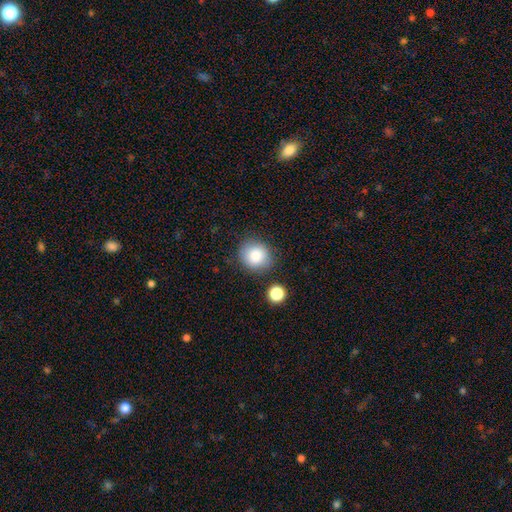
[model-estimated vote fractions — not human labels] The model was most divided on "how rounded": round: 82%, in between: 17%, cigar-shaped: 1%. More confident: smooth or featured — smooth (85%); merging — none (81%).